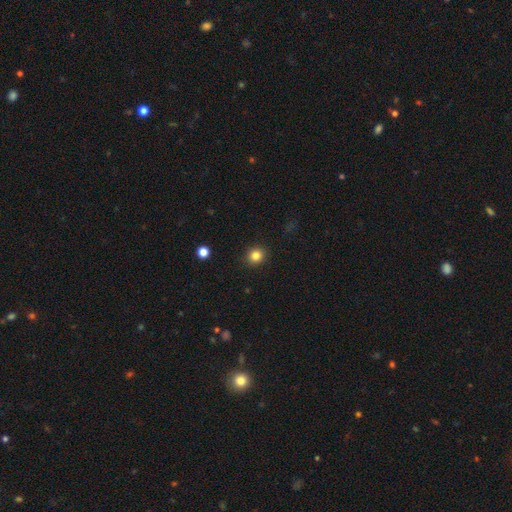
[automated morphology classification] Smooth or featured: smooth — 83% (star or artifact — 12%)
How rounded: round — 87% (in between — 12%)
Merging: none — 91% (minor disturbance — 6%)